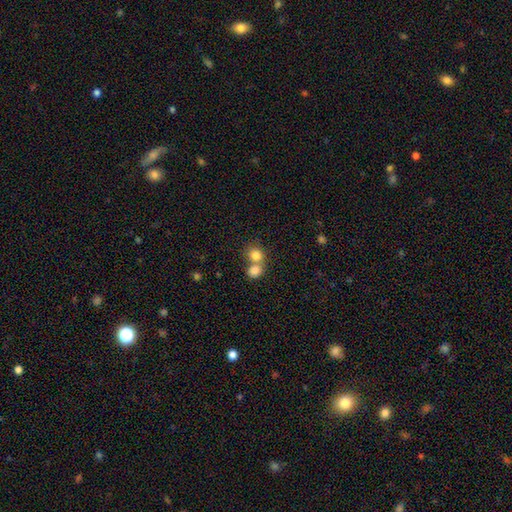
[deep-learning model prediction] smooth-or-featured: smooth: 81% | star or artifact: 10% | featured or disk: 9%
  how-rounded: round: 78% | in between: 21% | cigar-shaped: 1%
  merging: merger: 55% | none: 37% | minor disturbance: 6% | major disturbance: 3%